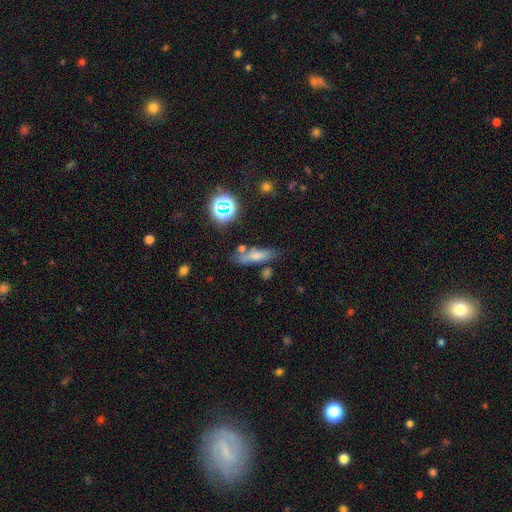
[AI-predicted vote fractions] Smooth or featured: smooth — 67% (featured or disk — 19%)
How rounded: cigar-shaped — 50% (in between — 44%)
Merging: none — 64% (minor disturbance — 19%)